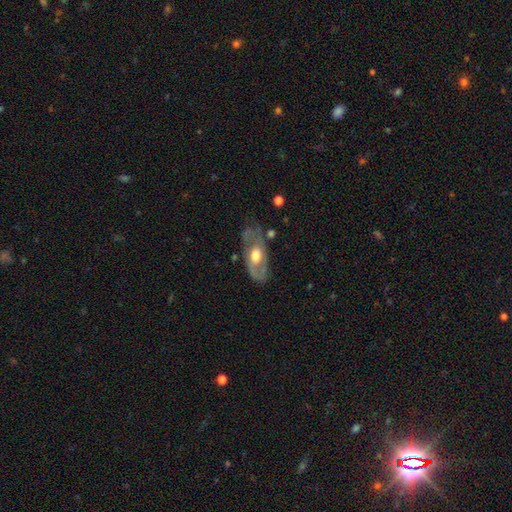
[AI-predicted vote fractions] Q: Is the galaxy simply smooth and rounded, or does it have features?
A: featured or disk — 64%.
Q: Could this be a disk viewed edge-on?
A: no — 87%.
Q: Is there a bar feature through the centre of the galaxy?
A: no — 75%.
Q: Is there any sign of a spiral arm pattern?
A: no — 52%.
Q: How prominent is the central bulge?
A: moderate — 59%.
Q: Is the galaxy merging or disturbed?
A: none — 57%.